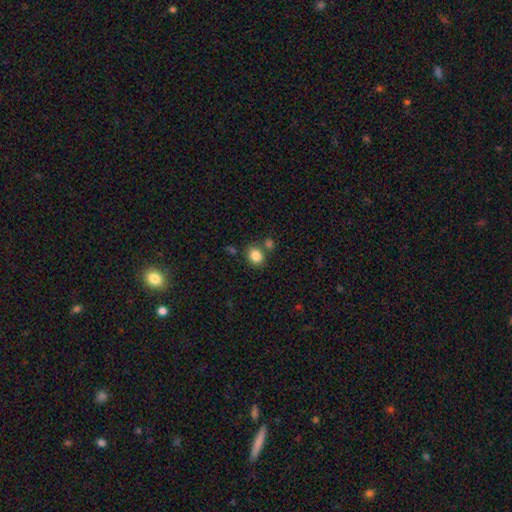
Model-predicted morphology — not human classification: smooth 85%, star or artifact 10%, featured or disk 5%. Down the decision tree: how rounded — round (52%); merging — none (71%).